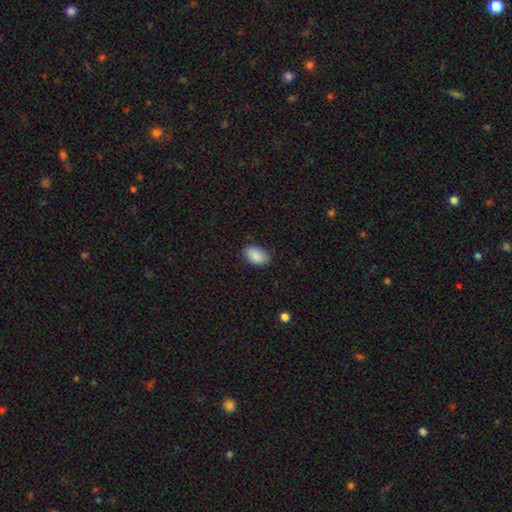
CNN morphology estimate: A smooth galaxy with no disk features (89%) that is in between round and cigar-shaped (92%).

Vote fractions:
- Smooth or featured? smooth: 89% / star or artifact: 7% / featured or disk: 4%
- How rounded? in between: 92% / round: 7% / cigar-shaped: 1%
- Merging? none: 83% / minor disturbance: 14% / major disturbance: 3% / merger: 1%